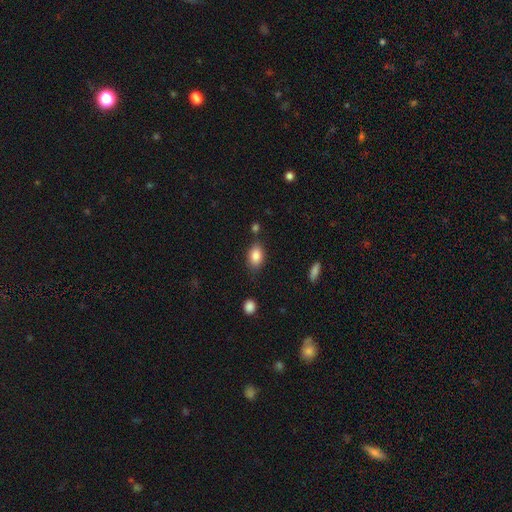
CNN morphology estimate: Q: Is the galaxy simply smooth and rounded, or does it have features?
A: smooth — 86%.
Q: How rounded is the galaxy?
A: in between — 86%.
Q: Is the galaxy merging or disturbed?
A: none — 75%.